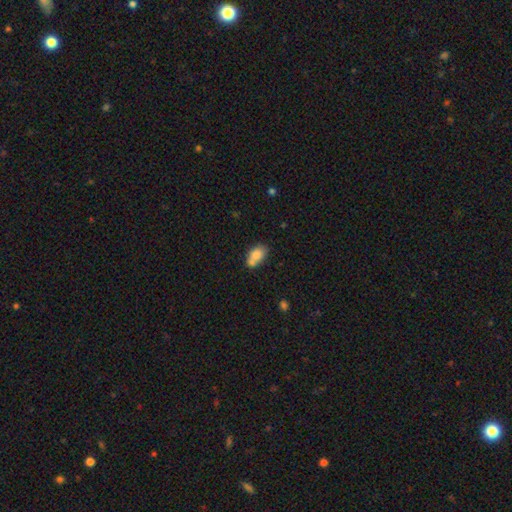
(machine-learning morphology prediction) smooth_or_featured: smooth (p=0.80) [alt: featured or disk p=0.12]
how_rounded: in between (p=0.86) [alt: round p=0.12]
merging: none (p=0.44) [alt: merger p=0.33]